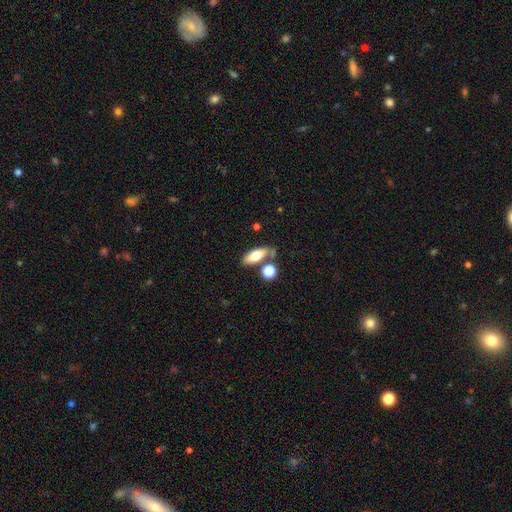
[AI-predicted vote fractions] Morphology: type=smooth (68%); roundness=in between (68%); merging=none (63%).